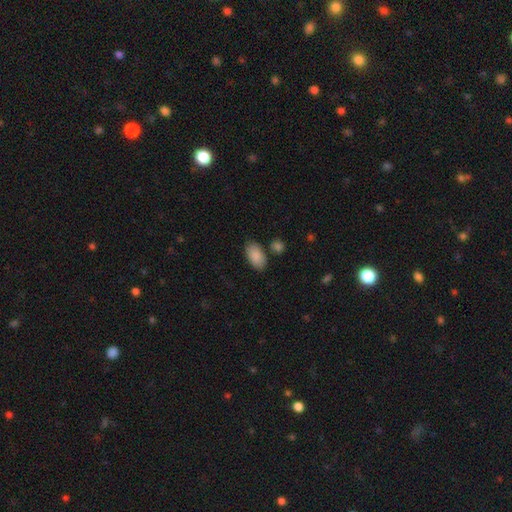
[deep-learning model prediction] Smooth or featured: smooth — 88% (star or artifact — 6%)
How rounded: in between — 94% (round — 4%)
Merging: none — 78% (minor disturbance — 12%)